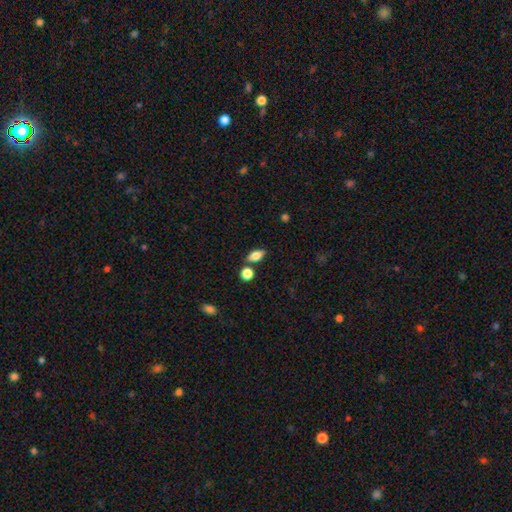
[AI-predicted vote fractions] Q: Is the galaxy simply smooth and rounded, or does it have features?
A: smooth — 76%.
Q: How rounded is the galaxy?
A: in between — 82%.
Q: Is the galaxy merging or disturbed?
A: none — 77%.